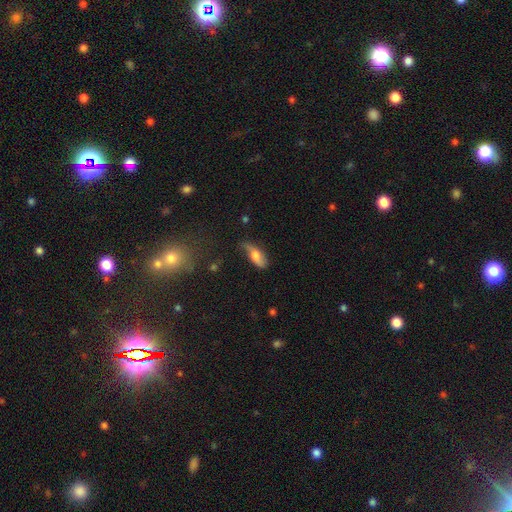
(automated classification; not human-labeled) Smooth or featured? Predicted: smooth (p=0.52). How rounded? Predicted: in between (p=0.76). Merging? Predicted: none (p=0.51).